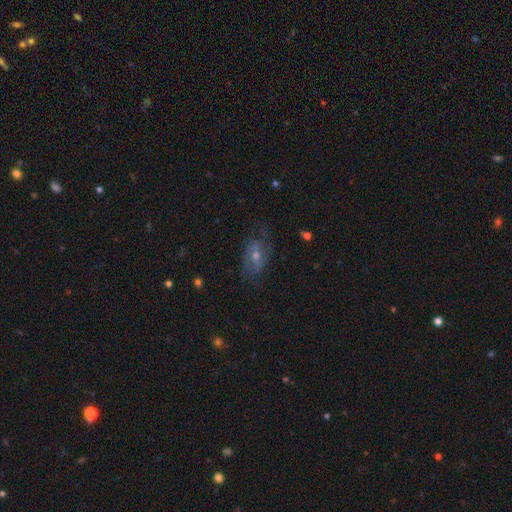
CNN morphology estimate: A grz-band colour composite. It shows a featured or disk galaxy (64%) with no bar (44%), spiral arms (80%) and a moderate central bulge (54%). Merging: none (66%).